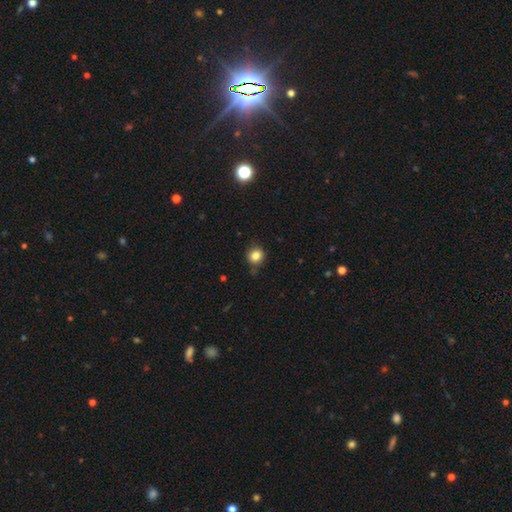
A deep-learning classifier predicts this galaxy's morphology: A smooth galaxy with no disk features (83%) that is round (89%).

Vote fractions:
- Smooth or featured? smooth: 83% / star or artifact: 12% / featured or disk: 6%
- How rounded? round: 89% / in between: 10% / cigar-shaped: 1%
- Merging? none: 84% / minor disturbance: 12% / major disturbance: 2% / merger: 2%